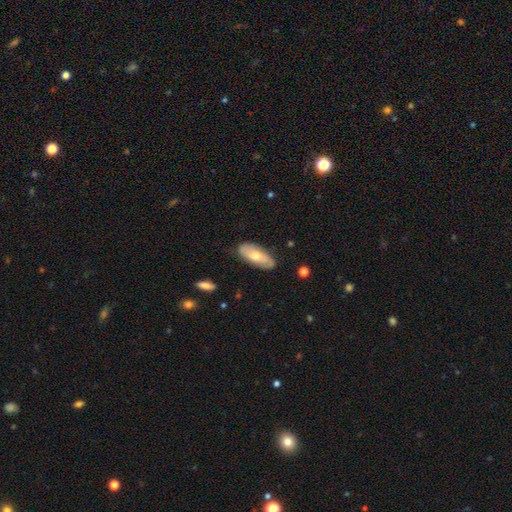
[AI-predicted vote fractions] Overall: smooth (55%; featured or disk 39%). How rounded: in between (83%). Merging: none (79%).